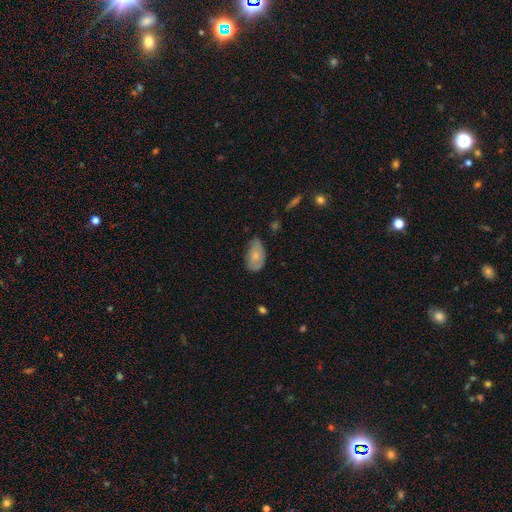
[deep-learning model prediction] Q: Smooth or featured?
A: smooth (68%); runner-up: featured or disk (25%)
Q: How rounded?
A: in between (91%); runner-up: round (7%)
Q: Merging?
A: none (51%); runner-up: minor disturbance (38%)